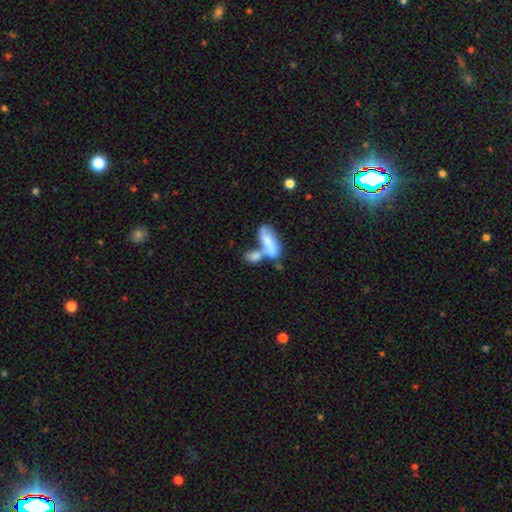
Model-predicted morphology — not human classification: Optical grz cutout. It shows a smooth galaxy with no disk features (70%) that is in between round and cigar-shaped (78%). Merging: merger (60%).